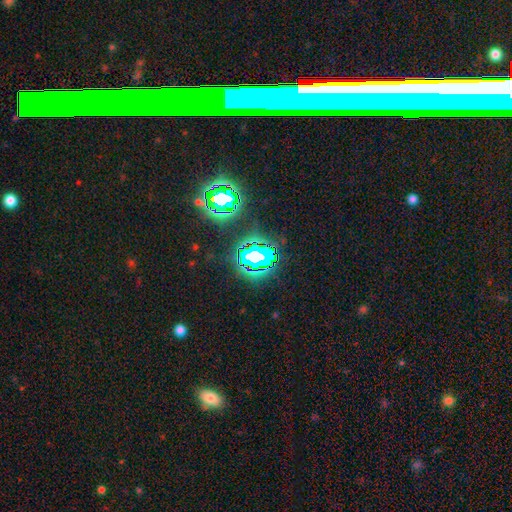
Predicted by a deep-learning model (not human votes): Q: Smooth or featured?
A: star or artifact (70%); runner-up: smooth (17%)